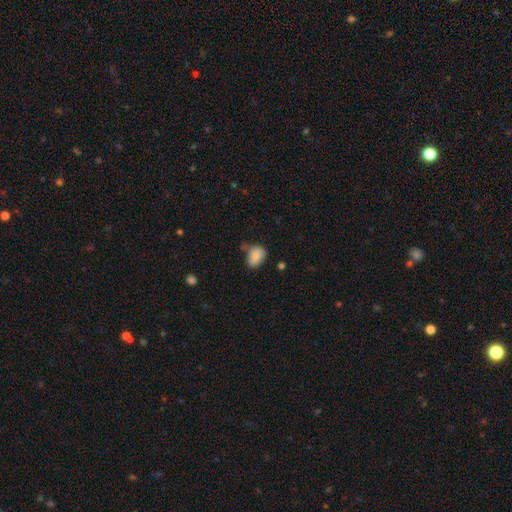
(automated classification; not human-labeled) Overall: smooth (85%). How rounded: in between (72%). Merging: none (56%; minor disturbance 28%).